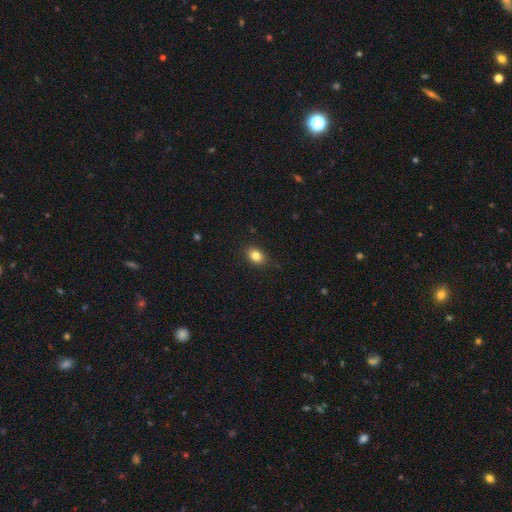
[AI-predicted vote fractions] Smooth or featured: smooth — 83% (star or artifact — 10%)
How rounded: in between — 71% (round — 27%)
Merging: none — 88% (minor disturbance — 9%)